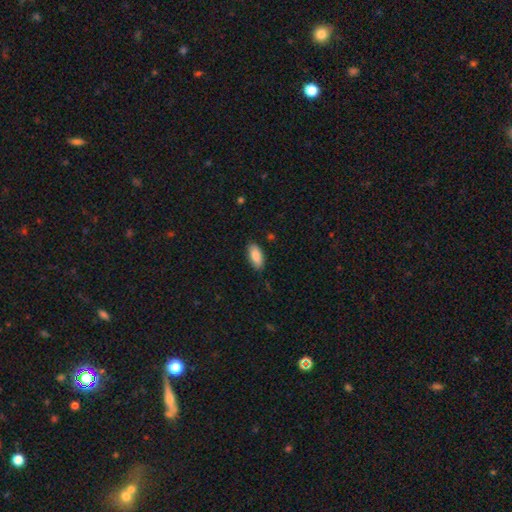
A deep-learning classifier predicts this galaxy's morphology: This is clearly a smooth galaxy (88%). How rounded: clearly in between (89%). Merging: clearly none (86%).